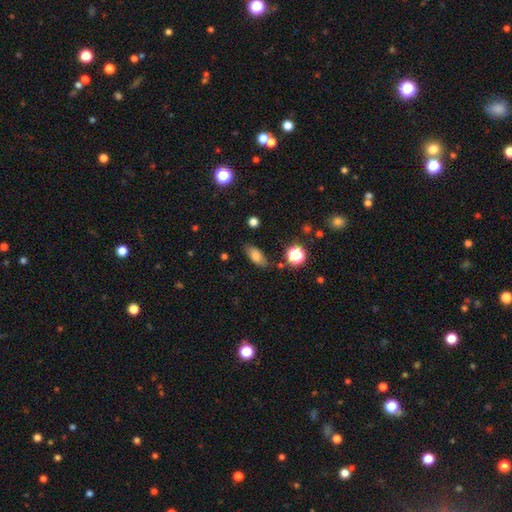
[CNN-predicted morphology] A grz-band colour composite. It shows a smooth galaxy with no disk features (75%) that is in between round and cigar-shaped (81%). Merging: none (77%).